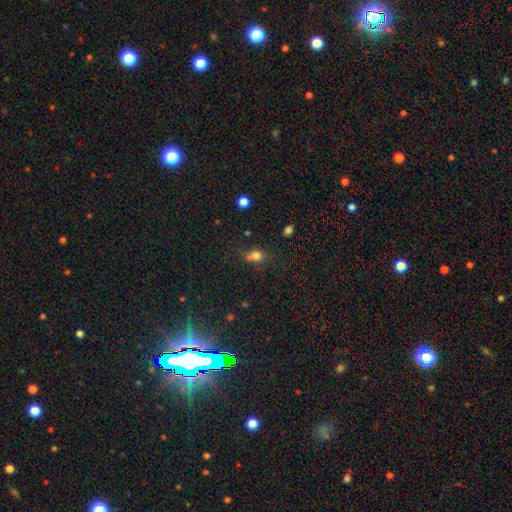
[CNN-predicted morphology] Q: Smooth or featured?
A: smooth (72%); runner-up: star or artifact (17%)
Q: How rounded?
A: round (73%); runner-up: in between (25%)
Q: Merging?
A: none (48%); runner-up: merger (31%)